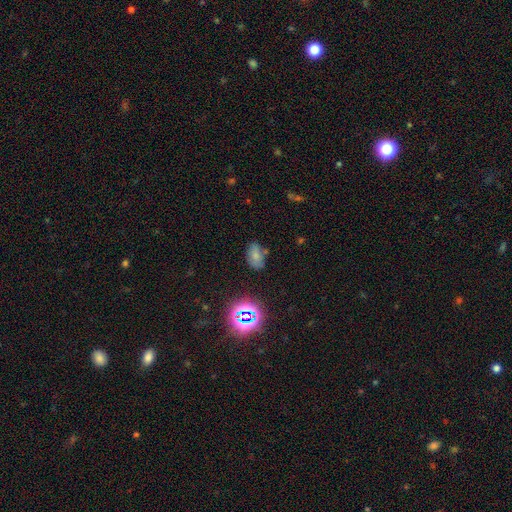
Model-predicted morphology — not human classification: smooth 67%, star or artifact 21%, featured or disk 12%. Down the decision tree: how rounded — in between (88%); merging — none (67%).